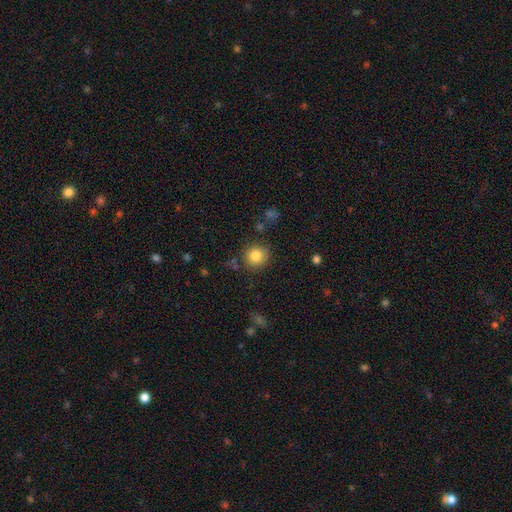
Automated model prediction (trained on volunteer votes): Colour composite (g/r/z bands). It shows a smooth galaxy with no disk features (82%) that is round (91%). Merging: none (84%).